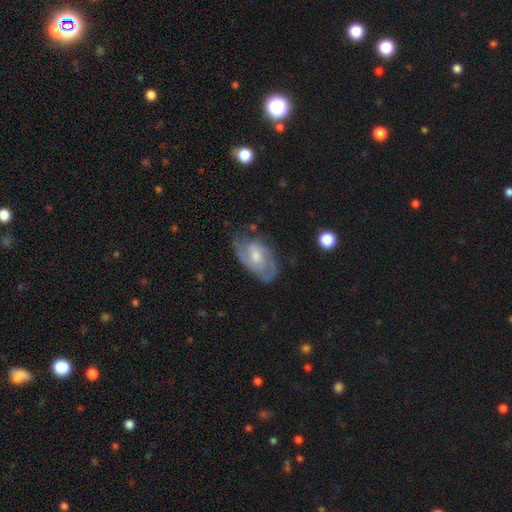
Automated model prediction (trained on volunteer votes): smooth_or_featured: featured or disk (p=0.73) [alt: smooth p=0.20]
disk_edge_on: no (p=0.95) [alt: yes p=0.05]
bar: no (p=0.52) [alt: weak p=0.42]
has_spiral_arms: yes (p=0.90) [alt: no p=0.10]
spiral_winding: medium (p=0.43) [tied with: tight p=0.43]
spiral_arm_count: 2 (p=0.56) [alt: can't tell p=0.23]
bulge_size: moderate (p=0.53) [alt: small p=0.37]
merging: none (p=0.66) [alt: minor disturbance p=0.23]